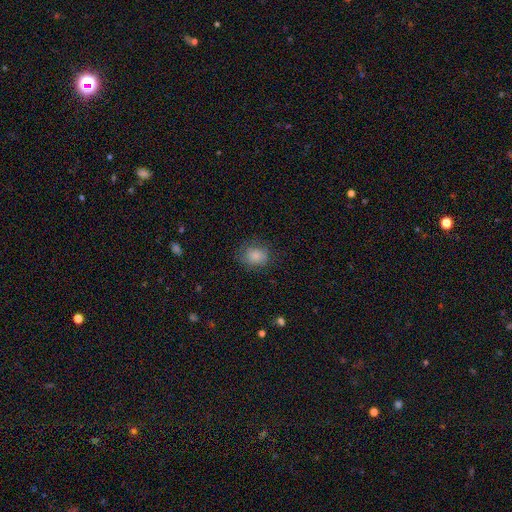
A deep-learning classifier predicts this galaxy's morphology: A smooth galaxy with no disk features (84%) that is round (56%). Merging: none (74%).